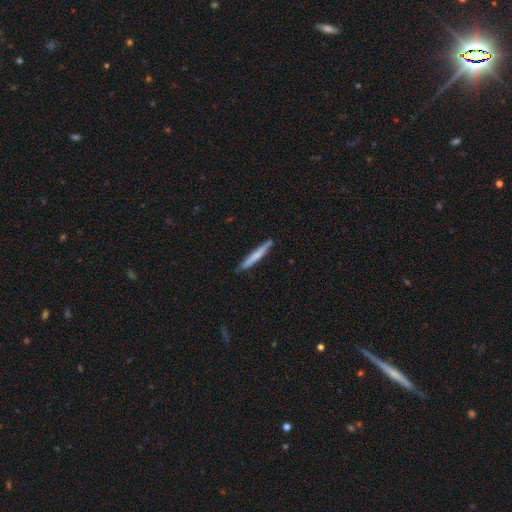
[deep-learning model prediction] This is likely a smooth galaxy (66%). How rounded: clearly cigar-shaped (96%). Merging: clearly none (86%).